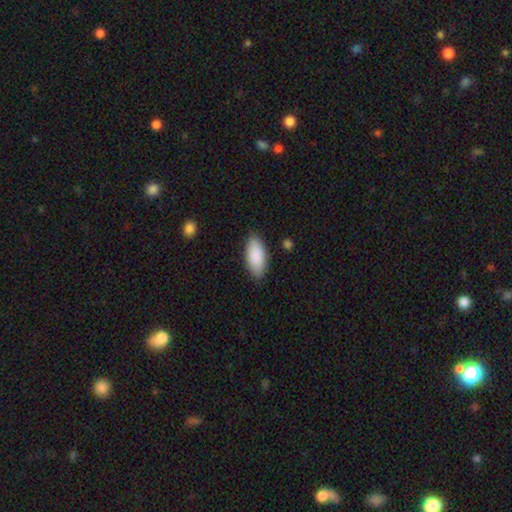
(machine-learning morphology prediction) smooth_or_featured: smooth (p=0.88) [alt: featured or disk p=0.06]
how_rounded: in between (p=0.89) [alt: cigar-shaped p=0.09]
merging: none (p=0.85) [alt: minor disturbance p=0.11]